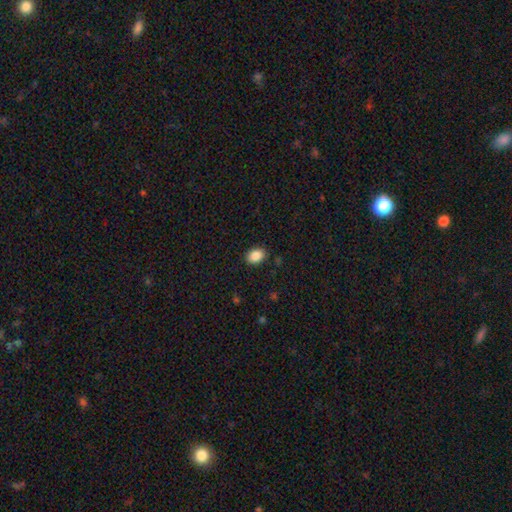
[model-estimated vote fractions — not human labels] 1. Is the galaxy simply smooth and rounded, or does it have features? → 88% smooth, 8% star or artifact, 3% featured or disk.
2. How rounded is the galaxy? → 79% in between, 20% round, 1% cigar-shaped.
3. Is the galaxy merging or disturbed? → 88% none, 9% minor disturbance, 2% major disturbance, 1% merger.